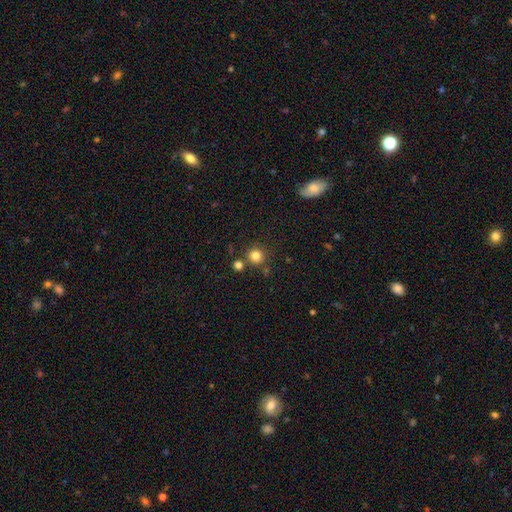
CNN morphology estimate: smooth 82%, star or artifact 13%, featured or disk 5%. Down the decision tree: how rounded — round (91%); merging — none (77%).